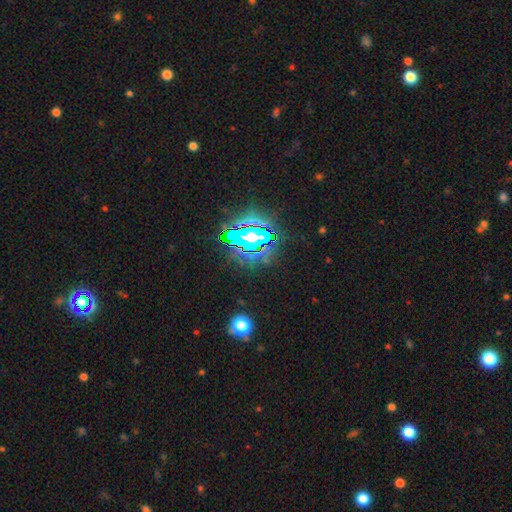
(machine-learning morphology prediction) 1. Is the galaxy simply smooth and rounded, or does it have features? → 84% star or artifact, 9% smooth, 7% featured or disk.